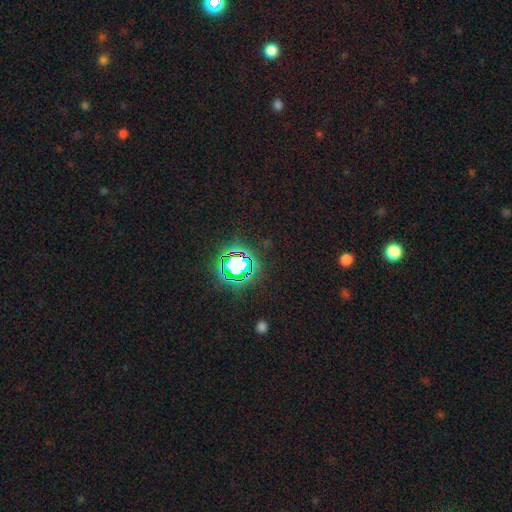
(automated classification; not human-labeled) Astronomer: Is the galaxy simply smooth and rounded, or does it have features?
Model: star or artifact — 82%.